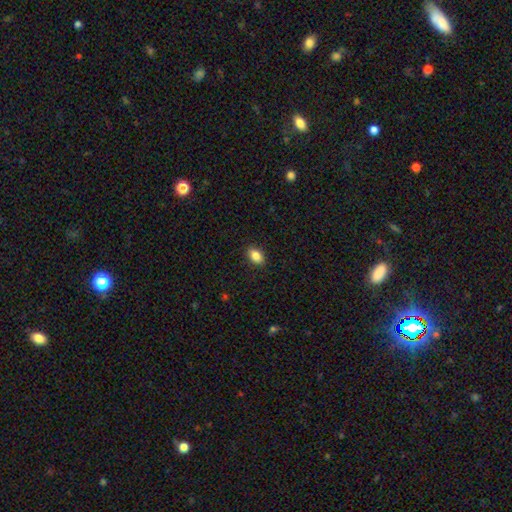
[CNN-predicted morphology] The model was most divided on "smooth or featured": smooth: 86%, star or artifact: 8%, featured or disk: 6%. More confident: merging — none (90%); how rounded — in between (88%).